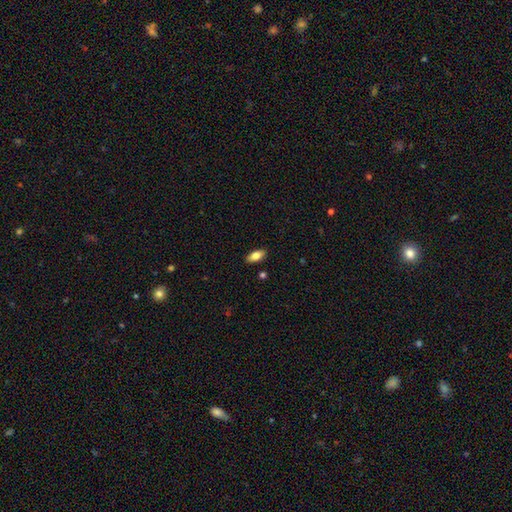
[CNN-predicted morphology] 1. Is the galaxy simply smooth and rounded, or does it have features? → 80% smooth, 13% featured or disk, 7% star or artifact.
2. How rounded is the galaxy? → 88% in between, 10% cigar-shaped, 3% round.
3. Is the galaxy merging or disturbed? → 88% none, 9% minor disturbance, 2% major disturbance, 1% merger.